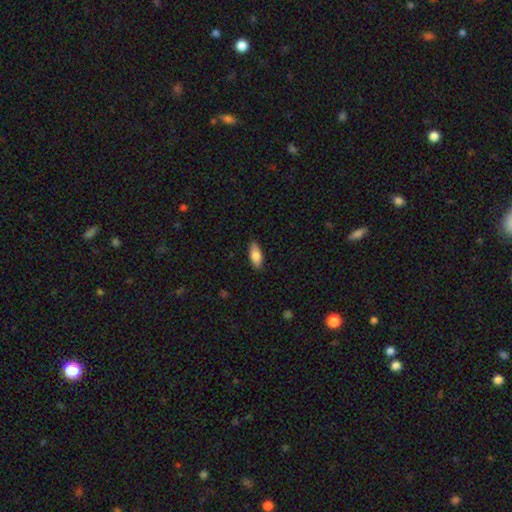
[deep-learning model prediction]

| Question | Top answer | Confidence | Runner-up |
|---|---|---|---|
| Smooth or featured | smooth | 82% | featured or disk (12%) |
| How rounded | in between | 84% | cigar-shaped (13%) |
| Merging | none | 88% | minor disturbance (9%) |